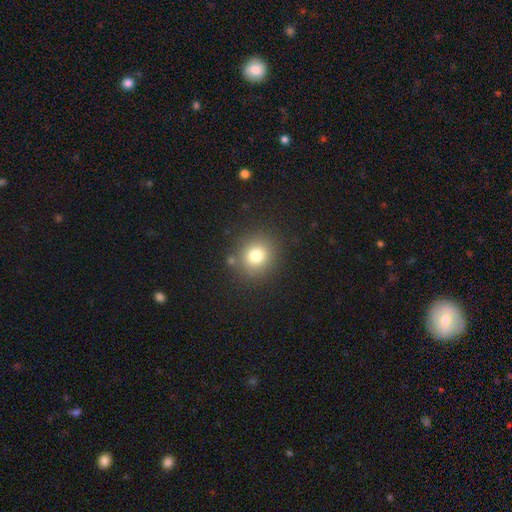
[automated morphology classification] Smooth or featured? smooth (77%)
How rounded? round (84%)
Merging? none (85%)